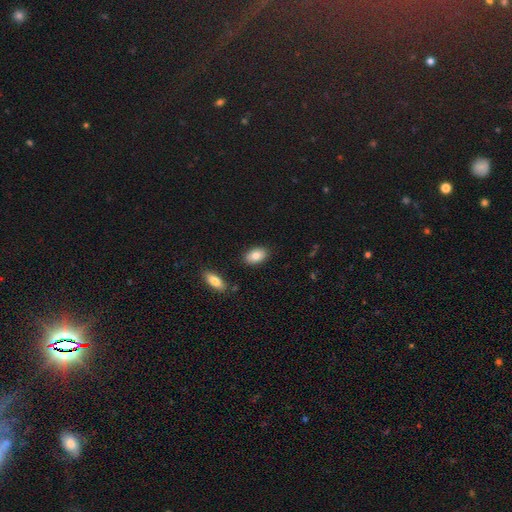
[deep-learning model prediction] A smooth galaxy with no disk features (82%) that is in between round and cigar-shaped (91%).

Vote fractions:
- Smooth or featured? smooth: 82% / featured or disk: 11% / star or artifact: 7%
- How rounded? in between: 91% / round: 7% / cigar-shaped: 2%
- Merging? none: 86% / minor disturbance: 9% / merger: 3% / major disturbance: 2%